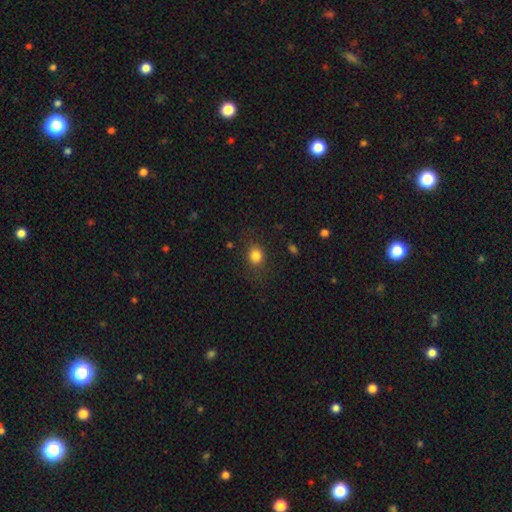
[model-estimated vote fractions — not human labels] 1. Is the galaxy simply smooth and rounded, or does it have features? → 83% smooth, 11% star or artifact, 6% featured or disk.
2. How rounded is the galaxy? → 67% round, 32% in between, 1% cigar-shaped.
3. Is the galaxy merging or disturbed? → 79% none, 14% minor disturbance, 6% major disturbance, 1% merger.